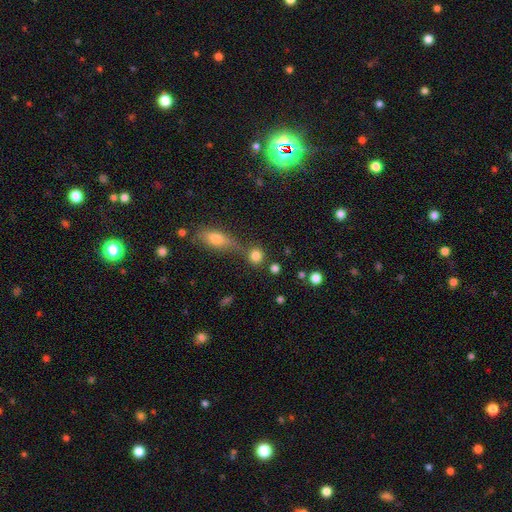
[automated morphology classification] Smooth or featured? Predicted: smooth (p=0.81). How rounded? Predicted: round (p=0.86). Merging? Predicted: none (p=0.67).